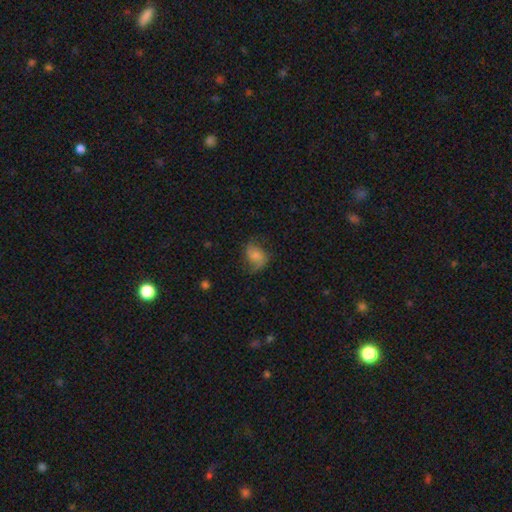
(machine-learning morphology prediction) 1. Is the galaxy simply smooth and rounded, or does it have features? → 51% smooth, 40% featured or disk, 9% star or artifact.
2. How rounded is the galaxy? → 66% in between, 33% round, 1% cigar-shaped.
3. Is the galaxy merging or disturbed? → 56% none, 28% minor disturbance, 15% major disturbance, 2% merger.